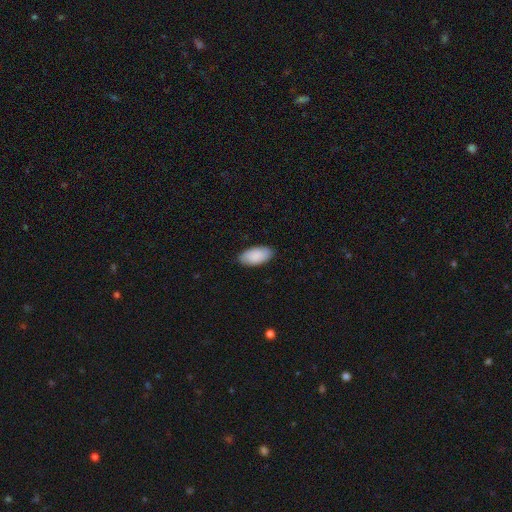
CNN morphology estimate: Smooth or featured? smooth (88%)
How rounded? in between (95%)
Merging? none (87%)